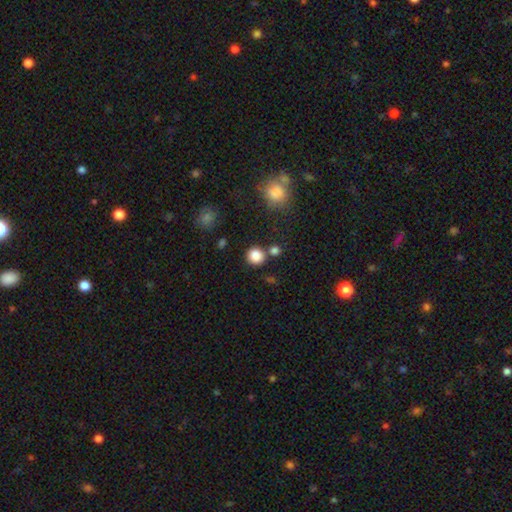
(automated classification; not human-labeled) Smooth or featured? smooth (84%)
How rounded? round (88%)
Merging? none (73%)